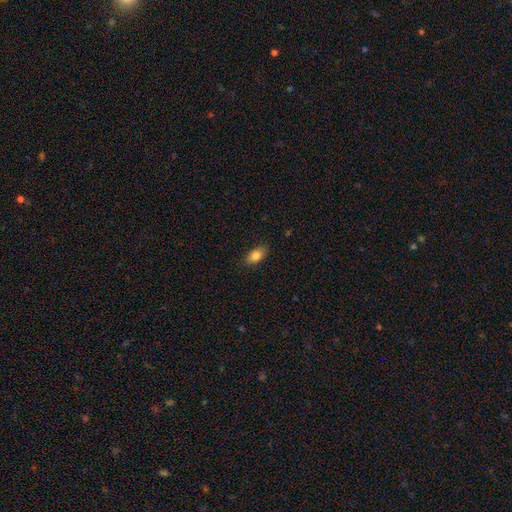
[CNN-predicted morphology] Q: Smooth or featured?
A: smooth (82%); runner-up: featured or disk (10%)
Q: How rounded?
A: in between (87%); runner-up: round (6%)
Q: Merging?
A: none (84%); runner-up: minor disturbance (12%)